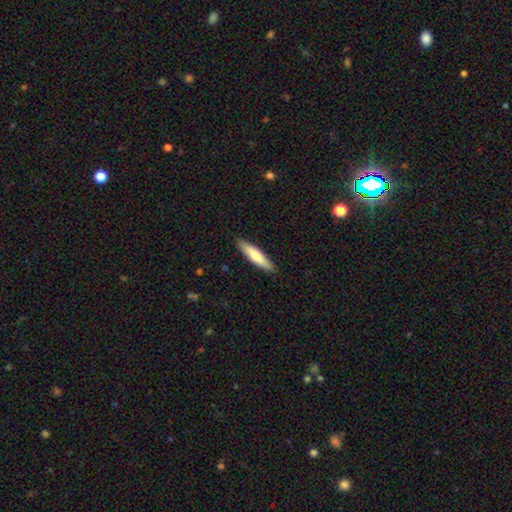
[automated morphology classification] Smooth or featured? Predicted: smooth (p=0.72). How rounded? Predicted: cigar-shaped (p=0.79). Merging? Predicted: none (p=0.90).